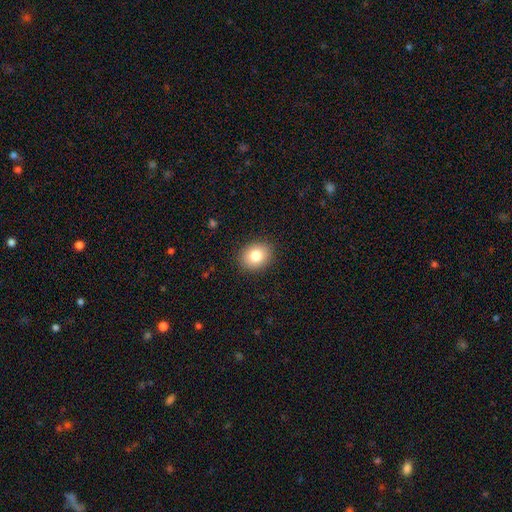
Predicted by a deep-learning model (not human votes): This appears to be a smooth galaxy with no disk features (82%) that is round (52%). Merging: none (89%).